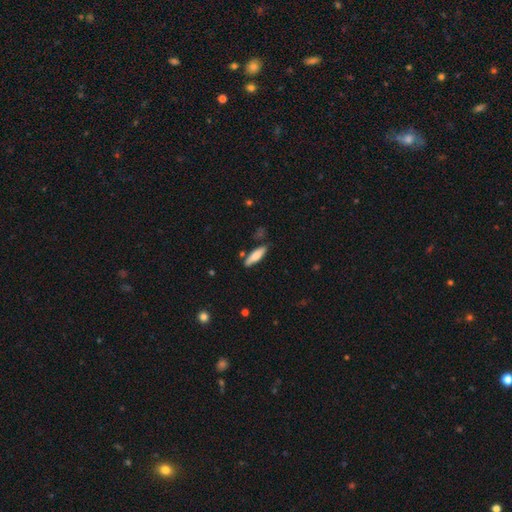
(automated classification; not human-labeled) Q: Smooth or featured?
A: smooth (77%); runner-up: featured or disk (17%)
Q: How rounded?
A: cigar-shaped (61%); runner-up: in between (37%)
Q: Merging?
A: none (77%); runner-up: minor disturbance (16%)